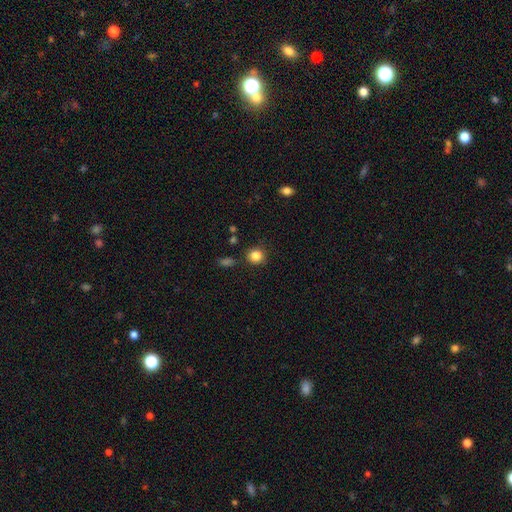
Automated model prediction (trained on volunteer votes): Smooth or featured?
  - smooth: 85% *
  - star or artifact: 11%
  - featured or disk: 5%
How rounded?
  - round: 86% *
  - in between: 13%
  - cigar-shaped: 1%
Merging?
  - none: 85% *
  - minor disturbance: 9%
  - merger: 3%
  - major disturbance: 3%